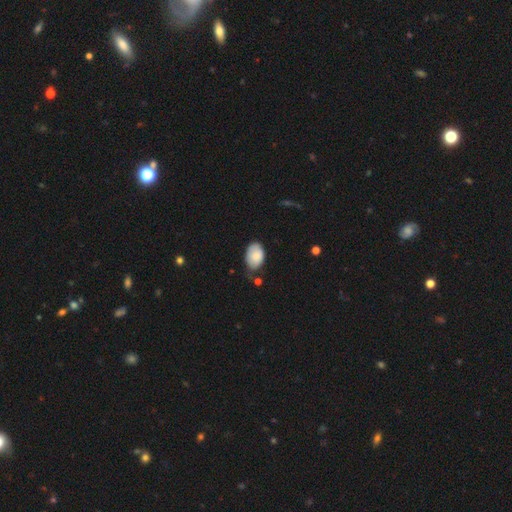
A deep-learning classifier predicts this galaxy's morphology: The model was most divided on "merging": none: 56%, minor disturbance: 33%, major disturbance: 6%, merger: 5%. More confident: how rounded — in between (88%); smooth or featured — smooth (82%).